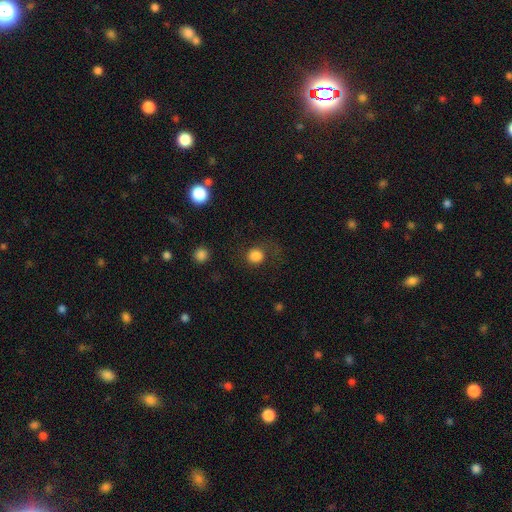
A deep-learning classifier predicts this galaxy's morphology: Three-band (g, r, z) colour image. It shows a smooth galaxy with no disk features (83%) that is round (88%). Merging: none (71%).